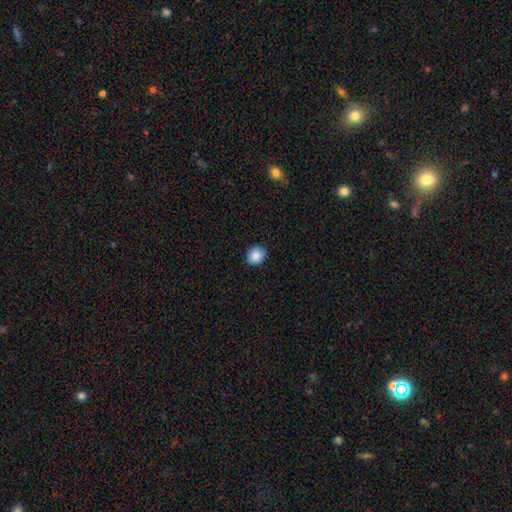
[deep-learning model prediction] smooth_or_featured: smooth (p=0.87) [alt: star or artifact p=0.08]
how_rounded: round (p=0.68) [alt: in between p=0.32]
merging: none (p=0.90) [alt: minor disturbance p=0.08]